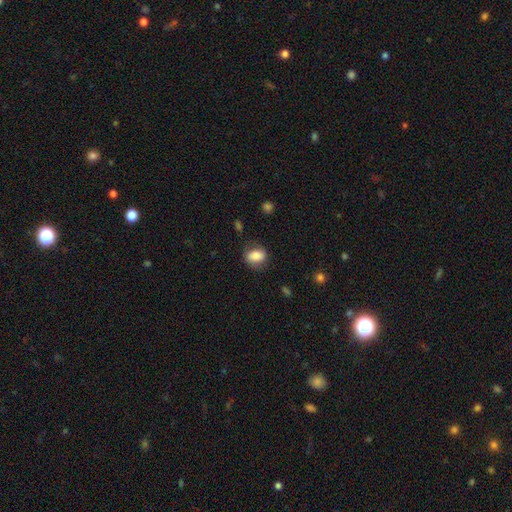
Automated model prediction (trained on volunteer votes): Q: Smooth or featured?
A: smooth (79%); runner-up: featured or disk (13%)
Q: How rounded?
A: in between (68%); runner-up: round (30%)
Q: Merging?
A: none (74%); runner-up: minor disturbance (18%)